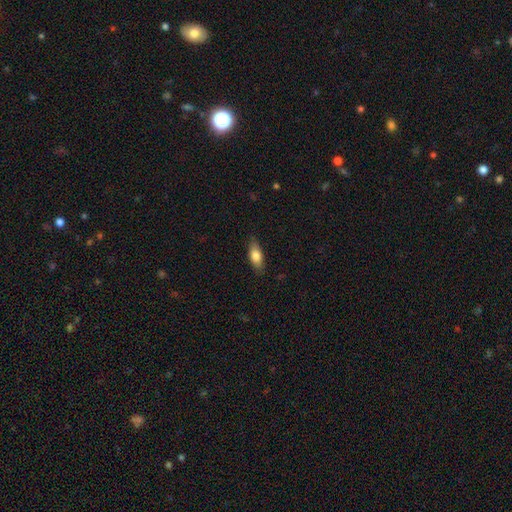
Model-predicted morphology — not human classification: Smooth or featured: smooth — 79% (featured or disk — 15%)
How rounded: in between — 79% (cigar-shaped — 18%)
Merging: none — 84% (minor disturbance — 13%)